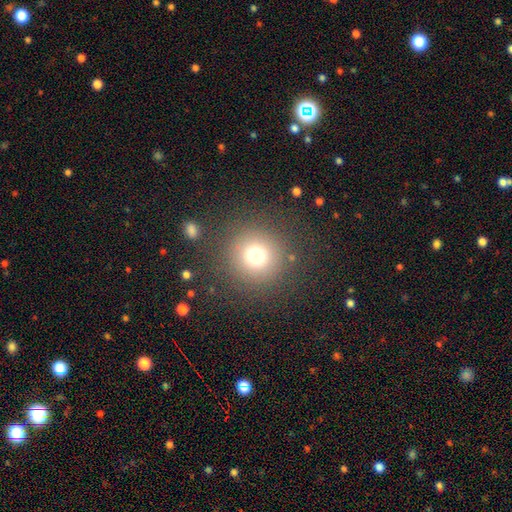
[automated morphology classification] Q: Smooth or featured?
A: smooth (72%); runner-up: star or artifact (18%)
Q: How rounded?
A: round (95%); runner-up: in between (4%)
Q: Merging?
A: none (86%); runner-up: minor disturbance (7%)